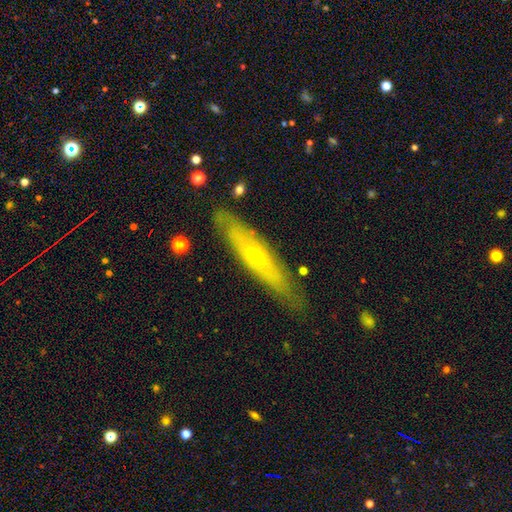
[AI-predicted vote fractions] The model was most divided on "edge-on disk": yes: 60%, no: 40%. More confident: merging — none (80%); smooth or featured — featured or disk (60%).